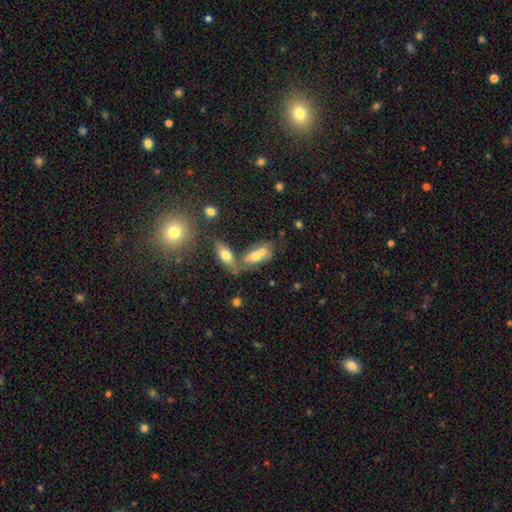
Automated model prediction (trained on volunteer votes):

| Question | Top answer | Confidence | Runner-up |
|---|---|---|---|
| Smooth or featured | smooth | 62% | featured or disk (28%) |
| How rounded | in between | 83% | cigar-shaped (13%) |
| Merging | merger | 43% | none (37%) |